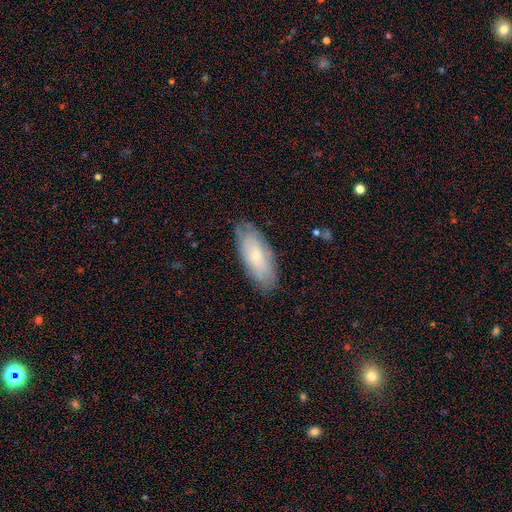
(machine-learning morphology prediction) smooth-or-featured: smooth: 56% | featured or disk: 36% | star or artifact: 7%
  how-rounded: in between: 79% | cigar-shaped: 19% | round: 2%
  merging: none: 79% | minor disturbance: 17% | major disturbance: 3% | merger: 1%